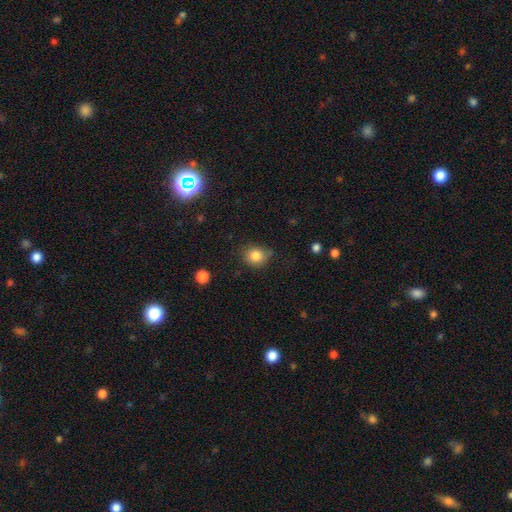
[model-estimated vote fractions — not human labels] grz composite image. It shows a smooth galaxy with no disk features (83%) that is round (80%). Merging: none (74%).